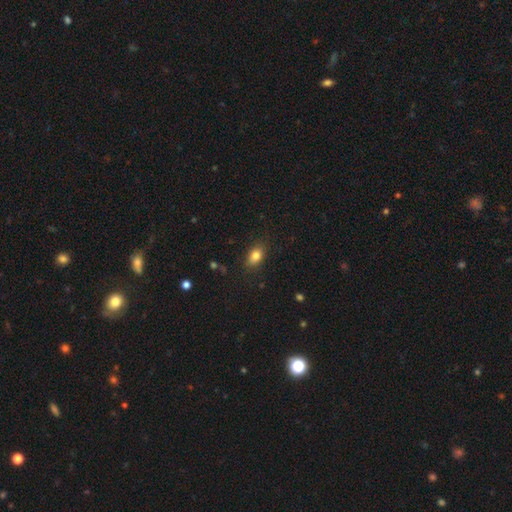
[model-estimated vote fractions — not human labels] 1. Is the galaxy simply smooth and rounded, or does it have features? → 82% smooth, 10% star or artifact, 8% featured or disk.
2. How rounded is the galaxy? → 81% in between, 16% round, 3% cigar-shaped.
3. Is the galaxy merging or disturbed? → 84% none, 12% minor disturbance, 3% major disturbance, 1% merger.